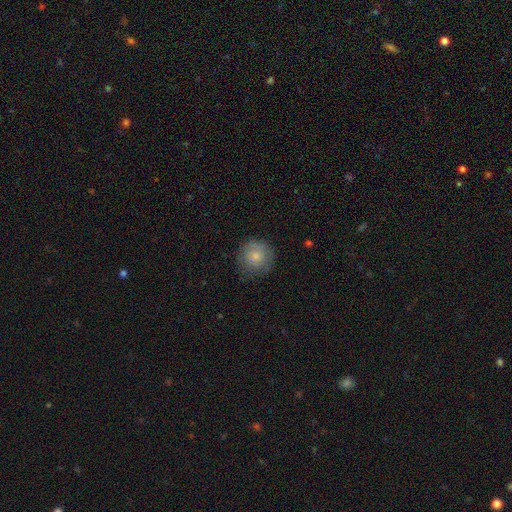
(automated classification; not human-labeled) smooth_or_featured: smooth (p=0.72) [alt: featured or disk p=0.20]
how_rounded: round (p=0.92) [alt: in between p=0.07]
merging: none (p=0.76) [alt: minor disturbance p=0.18]